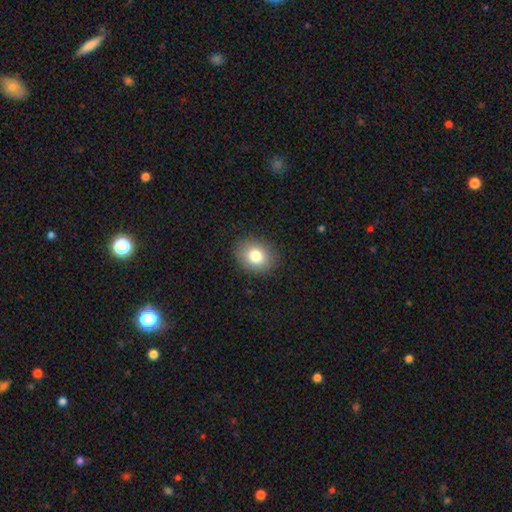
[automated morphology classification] Smooth or featured: smooth — 80% (star or artifact — 10%)
How rounded: round — 52% (in between — 47%)
Merging: none — 88% (minor disturbance — 8%)